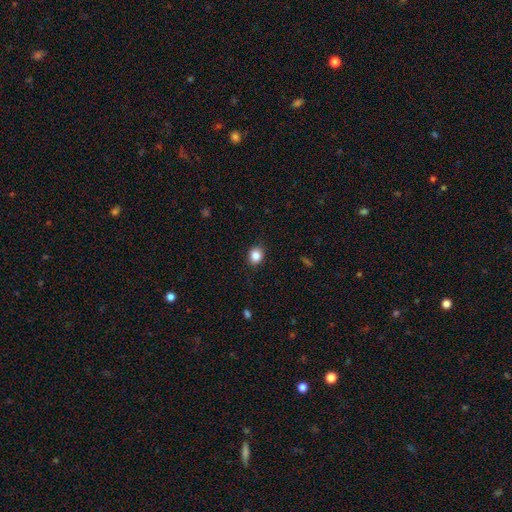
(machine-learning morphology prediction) Overall: smooth (86%). How rounded: round (65%; in between 34%). Merging: none (88%).